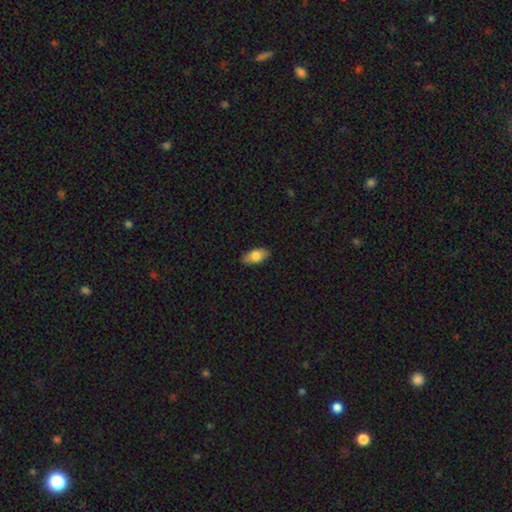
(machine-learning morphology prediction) Smooth or featured?
  - smooth: 82% *
  - featured or disk: 12%
  - star or artifact: 7%
How rounded?
  - in between: 90% *
  - cigar-shaped: 7%
  - round: 3%
Merging?
  - none: 87% *
  - minor disturbance: 10%
  - major disturbance: 2%
  - merger: 1%